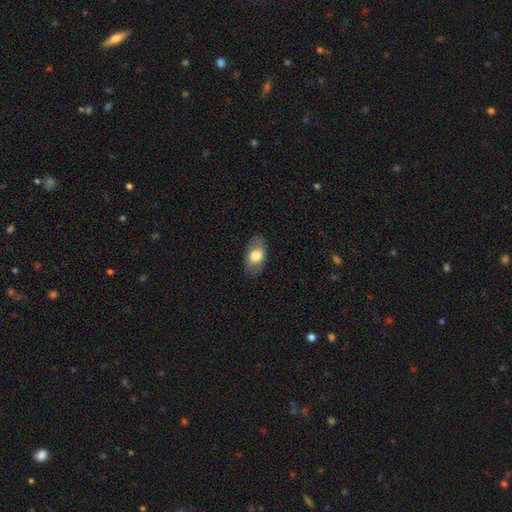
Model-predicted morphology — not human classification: smooth_or_featured: smooth (p=0.72) [alt: featured or disk p=0.21]
how_rounded: in between (p=0.90) [alt: round p=0.08]
merging: none (p=0.81) [alt: minor disturbance p=0.14]